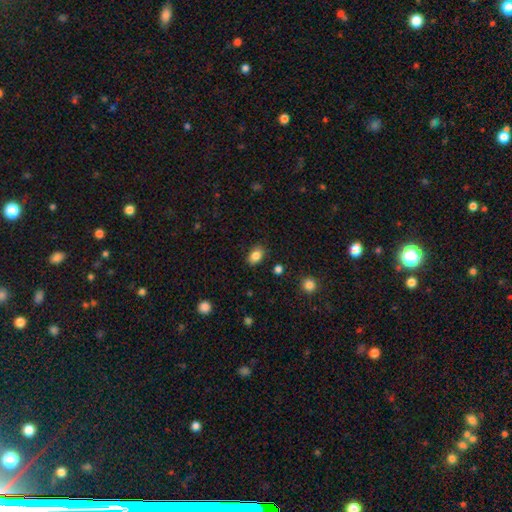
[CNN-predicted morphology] A smooth galaxy with no disk features (85%) that is in between round and cigar-shaped (78%).

Vote fractions:
- Smooth or featured? smooth: 85% / star or artifact: 10% / featured or disk: 6%
- How rounded? in between: 78% / round: 21% / cigar-shaped: 1%
- Merging? none: 85% / minor disturbance: 11% / major disturbance: 3% / merger: 2%